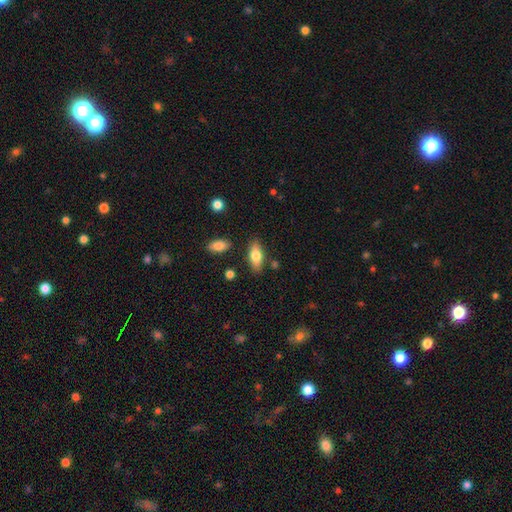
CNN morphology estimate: smooth_or_featured: smooth (p=0.72) [alt: featured or disk p=0.22]
how_rounded: in between (p=0.81) [alt: cigar-shaped p=0.16]
merging: none (p=0.81) [alt: minor disturbance p=0.12]